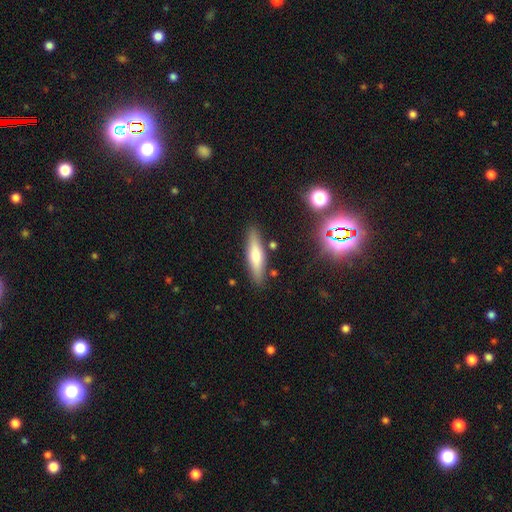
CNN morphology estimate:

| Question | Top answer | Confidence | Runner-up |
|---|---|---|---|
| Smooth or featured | smooth | 66% | featured or disk (27%) |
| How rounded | cigar-shaped | 69% | in between (30%) |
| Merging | none | 83% | minor disturbance (11%) |